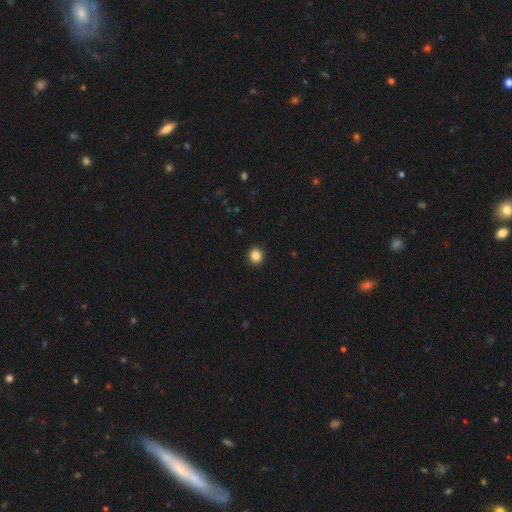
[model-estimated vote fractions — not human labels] Q: Smooth or featured?
A: smooth (85%); runner-up: star or artifact (11%)
Q: How rounded?
A: round (91%); runner-up: in between (8%)
Q: Merging?
A: none (93%); runner-up: minor disturbance (4%)